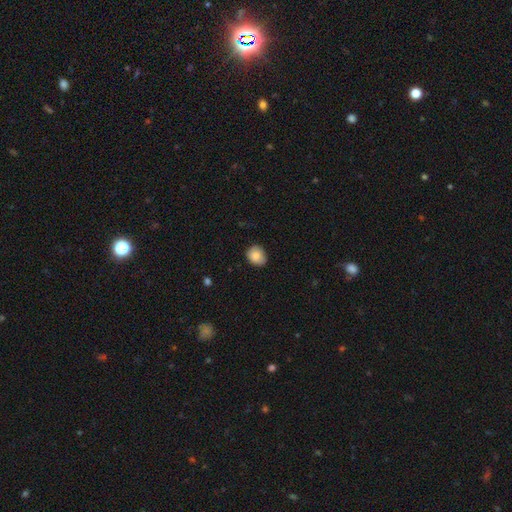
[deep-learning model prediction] A smooth galaxy with no disk features (85%) that is round (58%). Merging: none (77%).